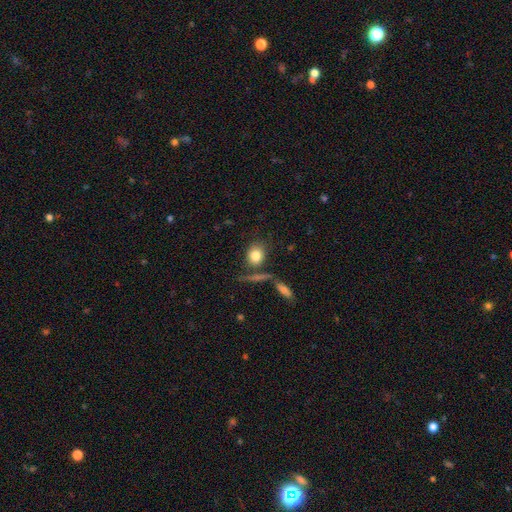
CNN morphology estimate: Q: Smooth or featured?
A: smooth (81%); runner-up: featured or disk (11%)
Q: How rounded?
A: round (65%); runner-up: in between (32%)
Q: Merging?
A: none (64%); runner-up: merger (17%)